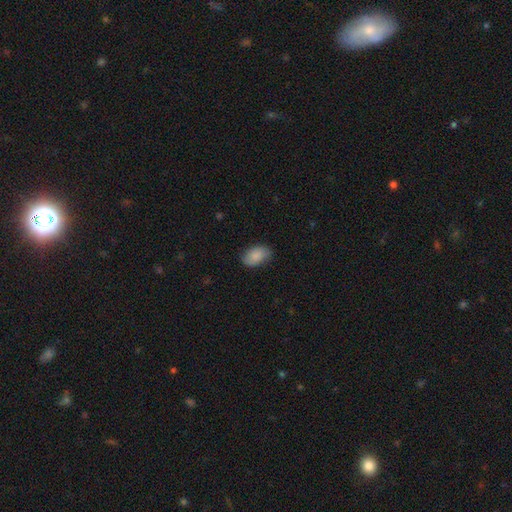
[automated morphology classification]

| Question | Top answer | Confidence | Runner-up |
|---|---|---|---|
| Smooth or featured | smooth | 83% | featured or disk (10%) |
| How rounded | in between | 92% | round (7%) |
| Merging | none | 80% | minor disturbance (16%) |